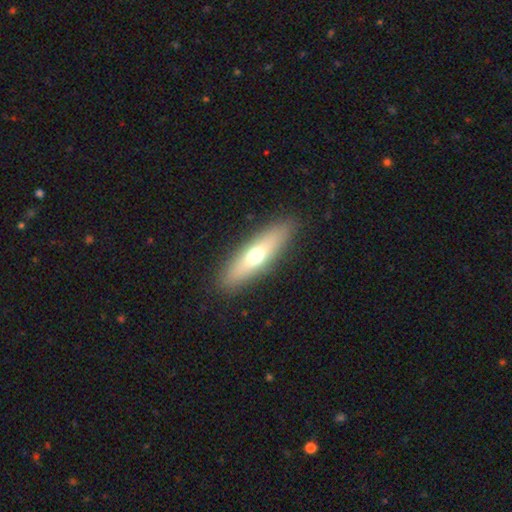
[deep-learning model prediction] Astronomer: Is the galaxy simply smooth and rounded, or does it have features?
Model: smooth — 58% (runner-up: featured or disk, 35%).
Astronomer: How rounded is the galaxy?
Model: cigar-shaped — 59% (runner-up: in between, 39%).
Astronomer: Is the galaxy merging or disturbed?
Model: none — 89%.